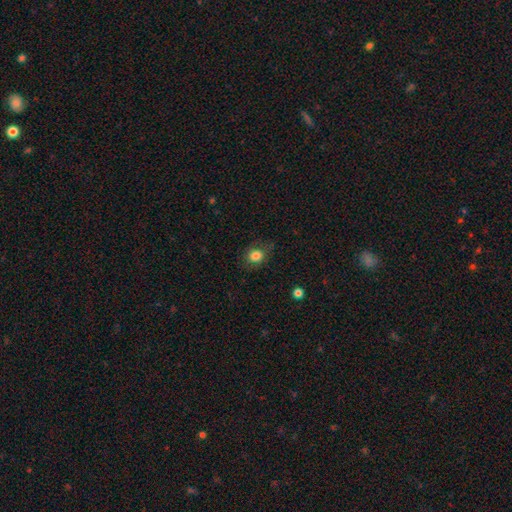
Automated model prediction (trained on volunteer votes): Overall: smooth (81%). How rounded: round (61%; in between 38%). Merging: none (74%).